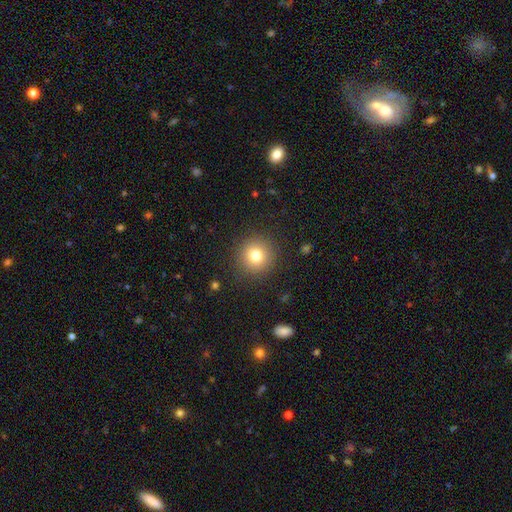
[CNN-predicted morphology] Smooth or featured: smooth — 77% (star or artifact — 13%)
How rounded: round — 94% (in between — 5%)
Merging: none — 90% (minor disturbance — 6%)